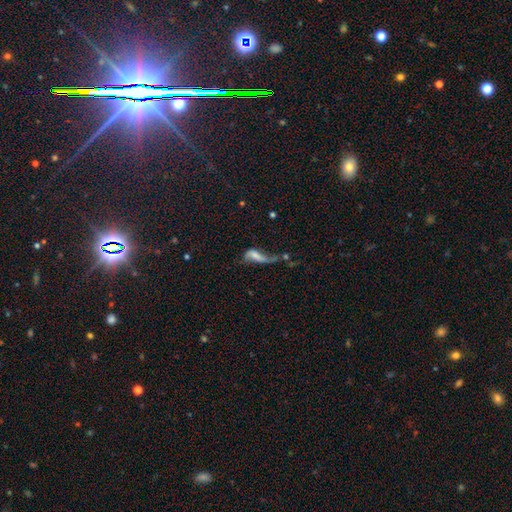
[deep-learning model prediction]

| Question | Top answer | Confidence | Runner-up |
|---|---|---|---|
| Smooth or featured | smooth | 46% | featured or disk (42%) |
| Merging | major disturbance | 42% | none (20%) |